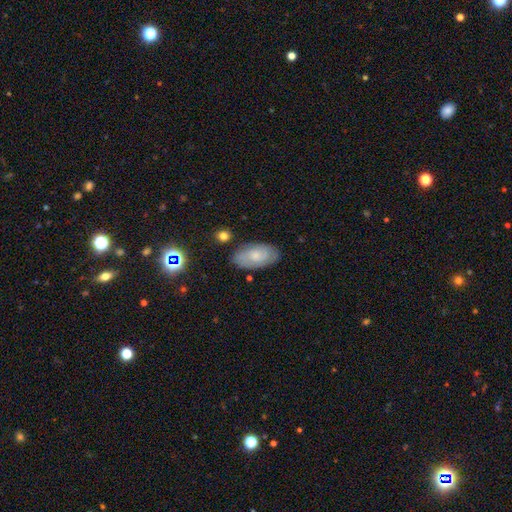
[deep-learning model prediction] This is possibly a smooth galaxy (58%). How rounded: clearly in between (93%). Merging: likely none (79%).